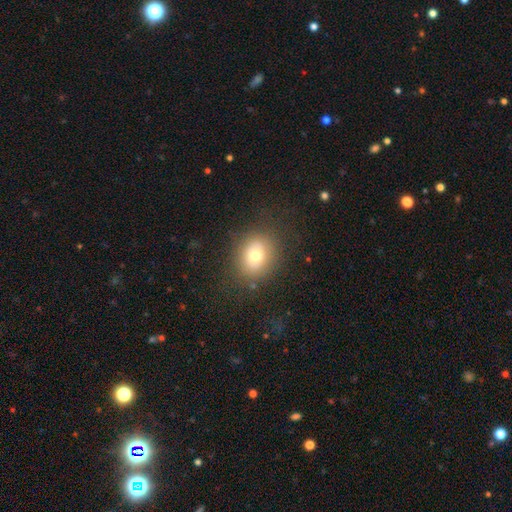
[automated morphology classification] Q: Smooth or featured?
A: smooth (71%); runner-up: featured or disk (17%)
Q: How rounded?
A: round (59%); runner-up: in between (40%)
Q: Merging?
A: none (79%); runner-up: minor disturbance (13%)